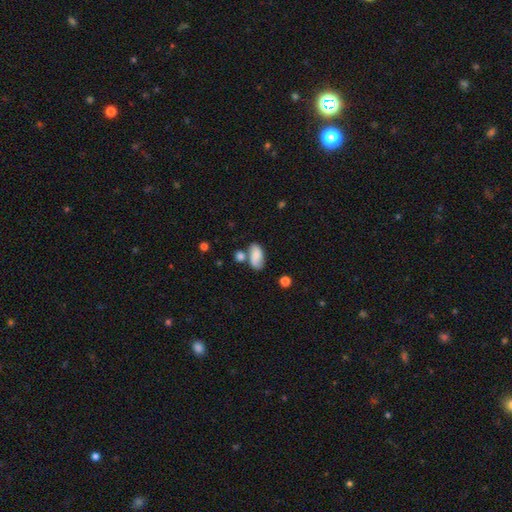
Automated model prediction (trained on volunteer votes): This is likely a smooth galaxy (75%). How rounded: clearly in between (92%). Merging: marginally none (44%).